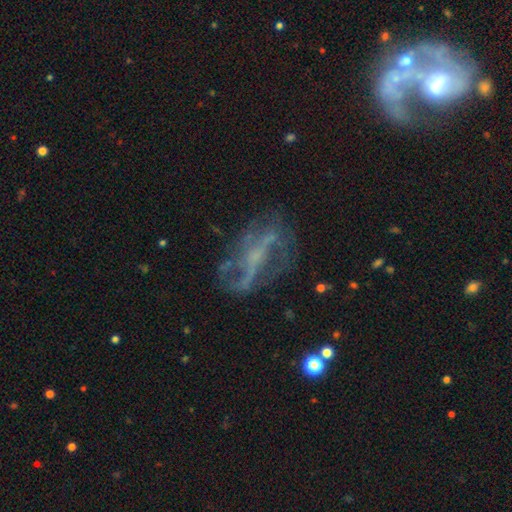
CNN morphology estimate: This is likely a featured or disk galaxy (68%). It is clearly not viewed edge-on (89%). Bar: marginally no (42%). Spiral arm pattern: likely yes (62%). Central bulge: marginally small (44%). Merging: possibly none (55%).